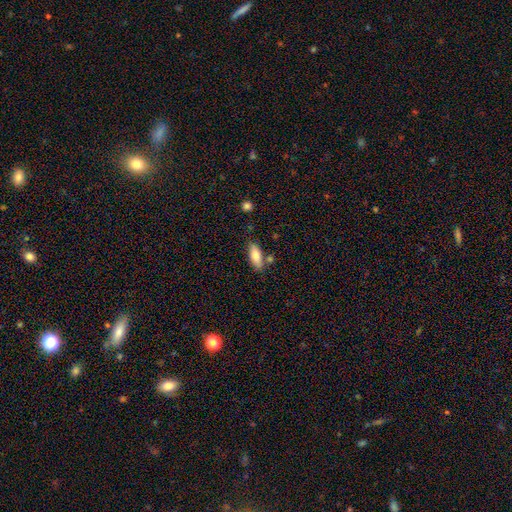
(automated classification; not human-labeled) A smooth galaxy with no disk features (80%) that is in between round and cigar-shaped (77%).

Vote fractions:
- Smooth or featured? smooth: 80% / featured or disk: 13% / star or artifact: 7%
- How rounded? in between: 77% / cigar-shaped: 21% / round: 2%
- Merging? none: 72% / minor disturbance: 16% / merger: 9% / major disturbance: 3%